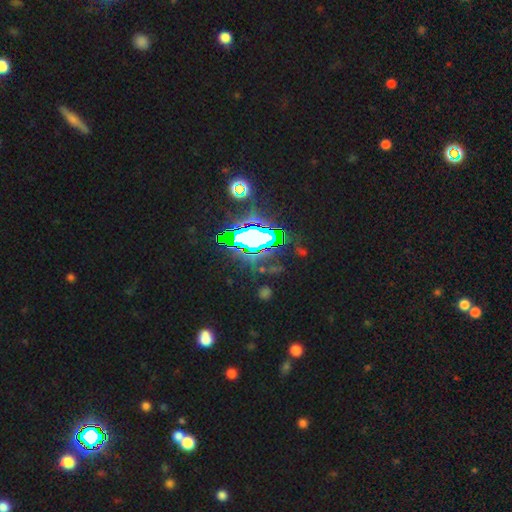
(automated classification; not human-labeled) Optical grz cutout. It shows a star or artifact, not a galaxy (79%).